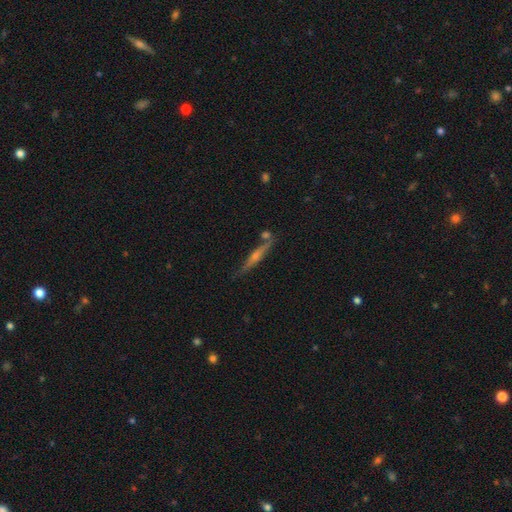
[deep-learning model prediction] Smooth or featured? featured or disk (68%)
Edge-on disk? yes (96%)
Edge-on bulge? rounded (78%)
Merging? none (77%)